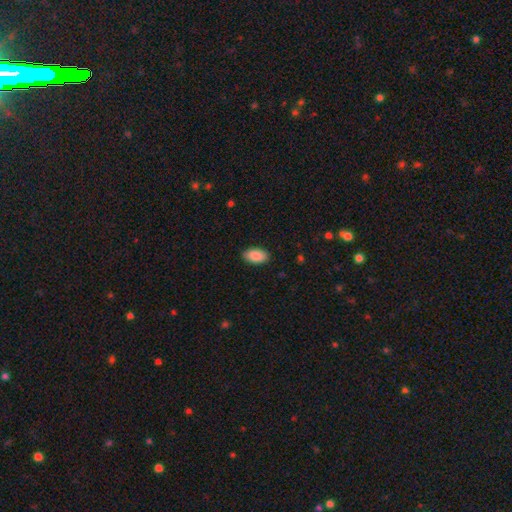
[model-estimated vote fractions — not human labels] Smooth or featured? smooth (90%)
How rounded? in between (95%)
Merging? none (88%)